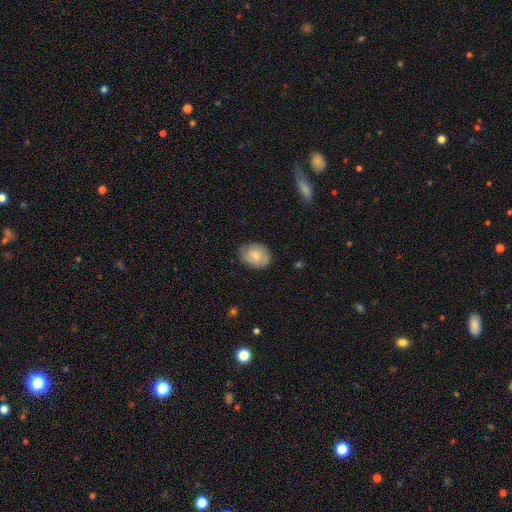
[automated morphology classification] Q: Smooth or featured?
A: smooth (77%); runner-up: featured or disk (16%)
Q: How rounded?
A: in between (68%); runner-up: round (31%)
Q: Merging?
A: none (77%); runner-up: minor disturbance (19%)